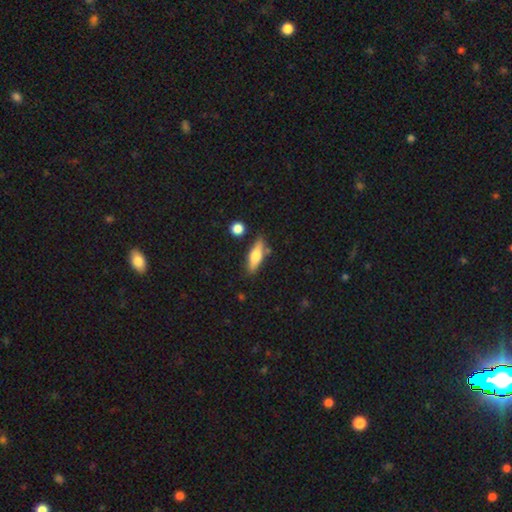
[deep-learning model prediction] smooth 55%, featured or disk 39%, star or artifact 7%. Down the decision tree: how rounded — cigar-shaped (50%); merging — none (78%).